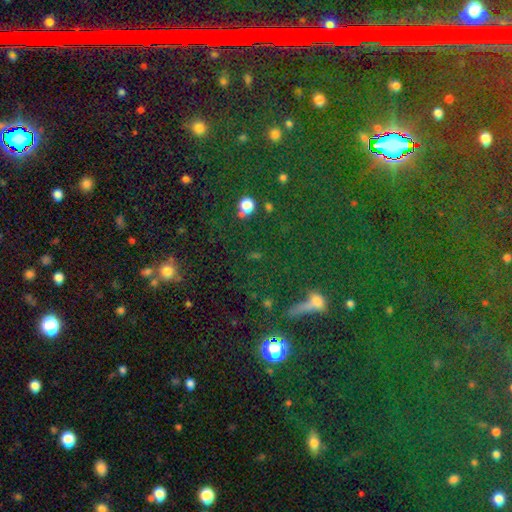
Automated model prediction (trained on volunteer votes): star or artifact 43%, smooth 41%, featured or disk 16%.